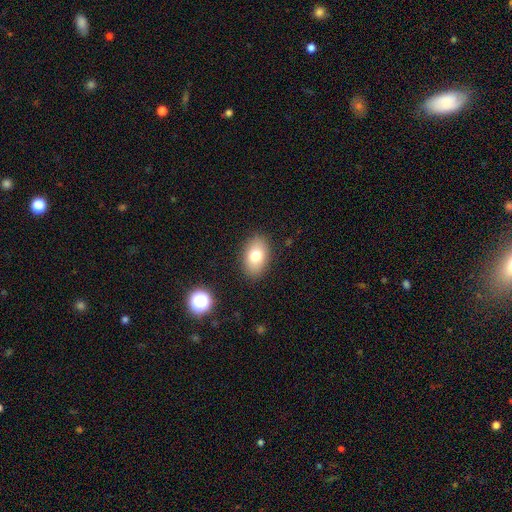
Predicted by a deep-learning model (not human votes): smooth 76%, featured or disk 14%, star or artifact 9%. Down the decision tree: how rounded — in between (87%); merging — none (87%).